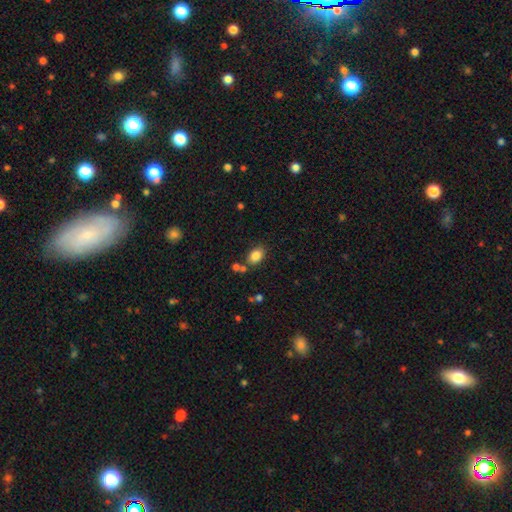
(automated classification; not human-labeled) This is clearly a smooth galaxy (84%). How rounded: clearly in between (84%). Merging: likely none (74%).